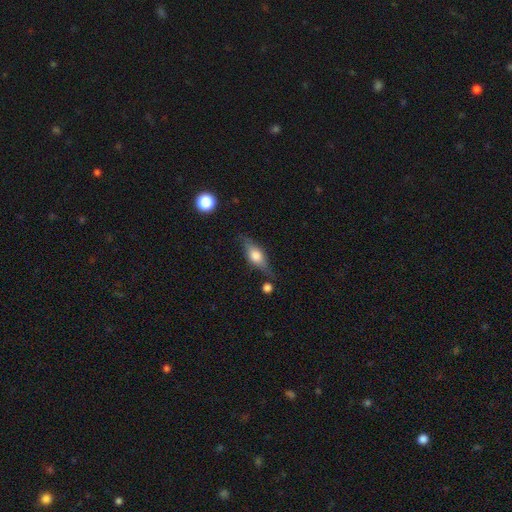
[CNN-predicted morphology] A featured or disk galaxy (51%) viewed edge-on (88%). Merging: none (70%).